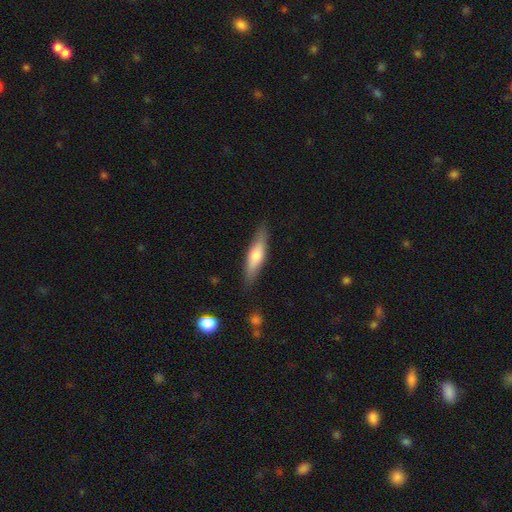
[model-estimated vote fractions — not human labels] The model was most divided on "smooth or featured": smooth: 59%, featured or disk: 36%, star or artifact: 6%. More confident: merging — none (84%); how rounded — cigar-shaped (69%).